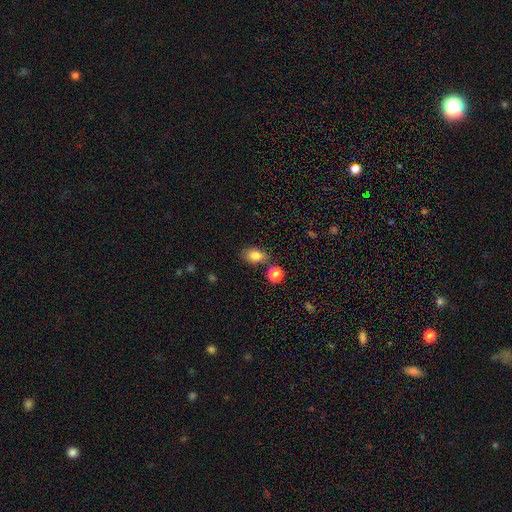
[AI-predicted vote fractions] Smooth or featured? Predicted: smooth (p=0.82). How rounded? Predicted: in between (p=0.78). Merging? Predicted: none (p=0.72).